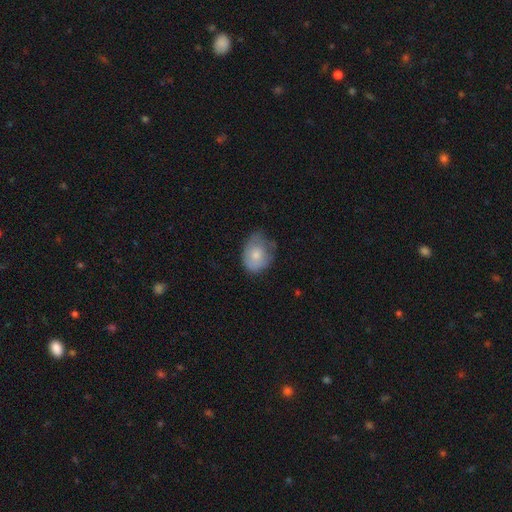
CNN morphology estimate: smooth-or-featured: smooth: 72% | featured or disk: 21% | star or artifact: 7%
  how-rounded: in between: 63% | round: 36% | cigar-shaped: 1%
  merging: minor disturbance: 41% (tied) | none: 41% (tied) | major disturbance: 16% | merger: 2%